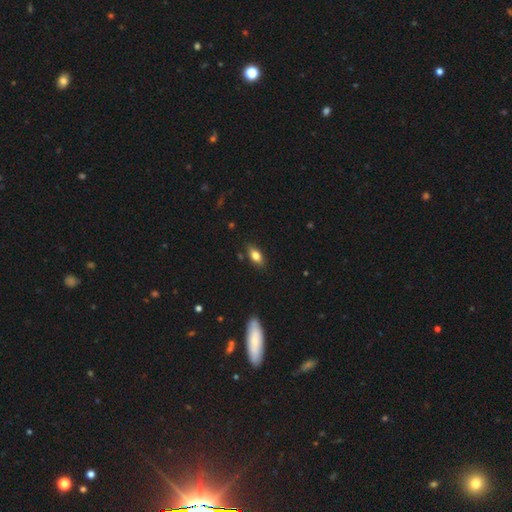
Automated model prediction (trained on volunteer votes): Smooth or featured? smooth (75%)
How rounded? in between (84%)
Merging? none (84%)